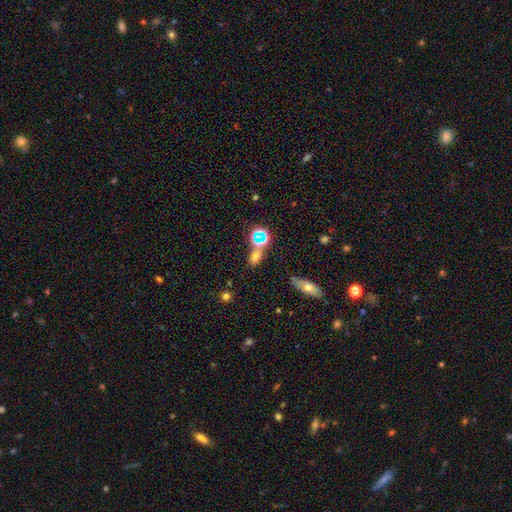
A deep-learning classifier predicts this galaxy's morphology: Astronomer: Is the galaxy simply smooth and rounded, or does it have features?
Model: smooth — 60%.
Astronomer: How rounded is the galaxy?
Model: in between — 69%.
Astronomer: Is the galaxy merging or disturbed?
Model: none — 58%.